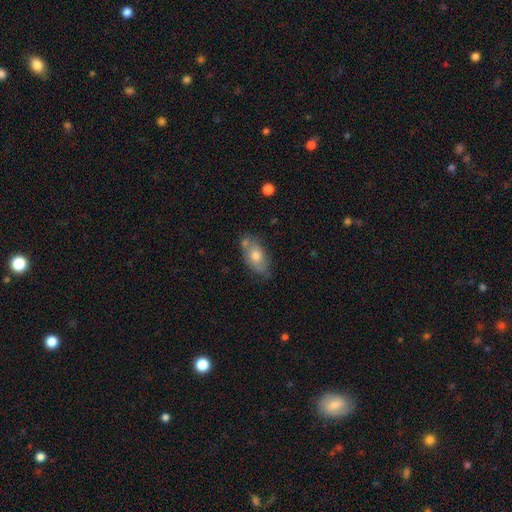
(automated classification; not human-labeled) smooth-or-featured: smooth: 63% | featured or disk: 30% | star or artifact: 7%
  how-rounded: in between: 88% | round: 7% | cigar-shaped: 5%
  merging: none: 61% | minor disturbance: 23% | merger: 11% | major disturbance: 5%